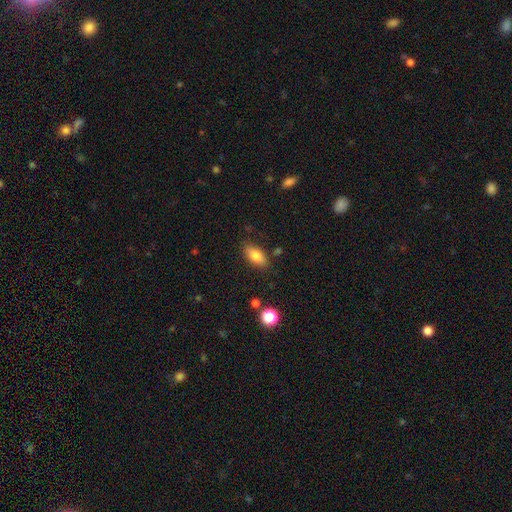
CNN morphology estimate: A smooth galaxy with no disk features (81%) that is in between round and cigar-shaped (88%).

Vote fractions:
- Smooth or featured? smooth: 81% / featured or disk: 11% / star or artifact: 8%
- How rounded? in between: 88% / cigar-shaped: 8% / round: 4%
- Merging? none: 82% / minor disturbance: 13% / major disturbance: 3% / merger: 3%